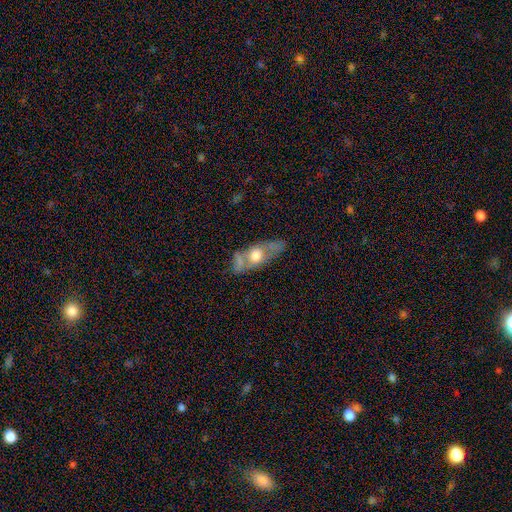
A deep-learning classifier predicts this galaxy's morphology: Smooth or featured? featured or disk (48%)
Merging? none (48%)